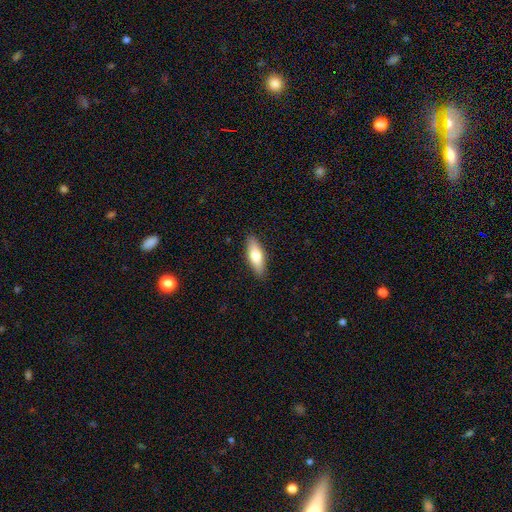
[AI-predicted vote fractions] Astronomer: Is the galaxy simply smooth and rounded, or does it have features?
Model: smooth — 70%.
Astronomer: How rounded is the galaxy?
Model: in between — 57% (runner-up: cigar-shaped, 41%).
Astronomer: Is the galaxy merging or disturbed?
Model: none — 88%.